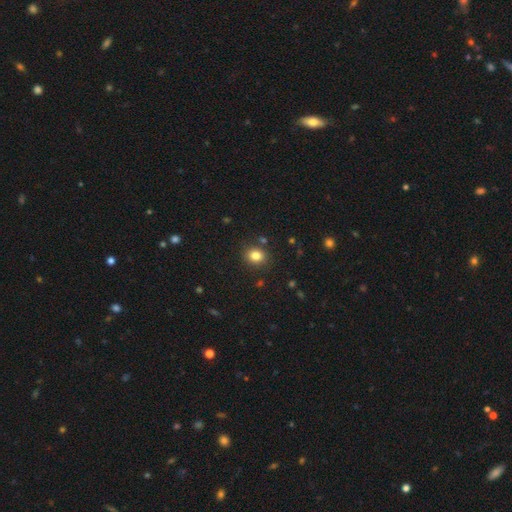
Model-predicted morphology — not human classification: This is clearly a smooth galaxy (82%). How rounded: likely round (68%). Merging: clearly none (86%).